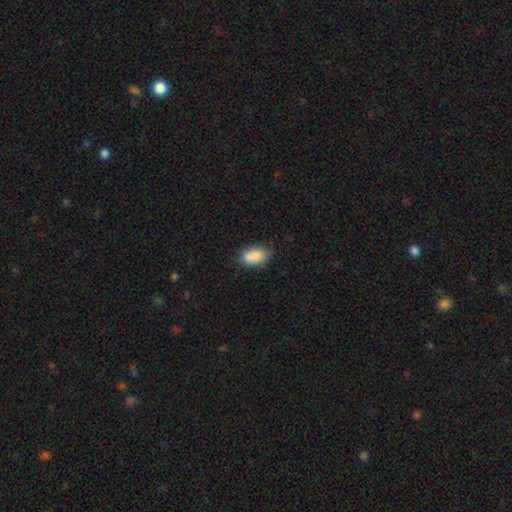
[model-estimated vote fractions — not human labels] smooth 86%, star or artifact 8%, featured or disk 7%. Down the decision tree: how rounded — in between (91%); merging — none (68%).